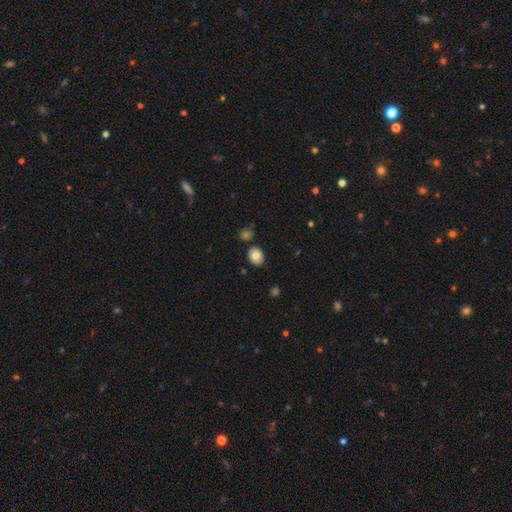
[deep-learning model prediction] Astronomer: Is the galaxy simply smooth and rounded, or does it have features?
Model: smooth — 82%.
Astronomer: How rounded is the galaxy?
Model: in between — 55% (runner-up: round, 44%).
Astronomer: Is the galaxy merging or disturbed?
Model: none — 82%.